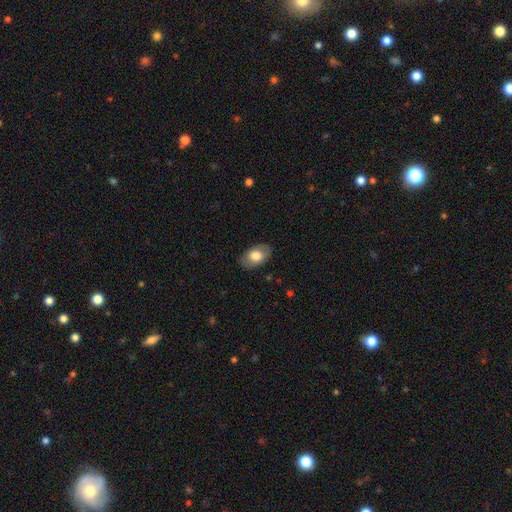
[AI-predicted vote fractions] smooth_or_featured: smooth (p=0.72) [alt: featured or disk p=0.21]
how_rounded: in between (p=0.91) [alt: round p=0.08]
merging: none (p=0.84) [alt: minor disturbance p=0.12]